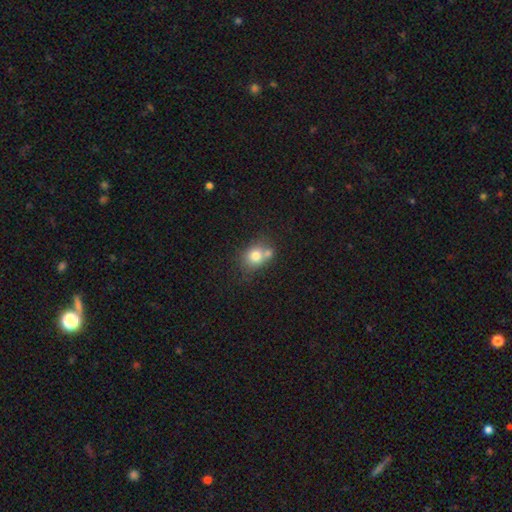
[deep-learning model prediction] Smooth or featured? smooth (75%)
How rounded? round (62%)
Merging? none (44%)